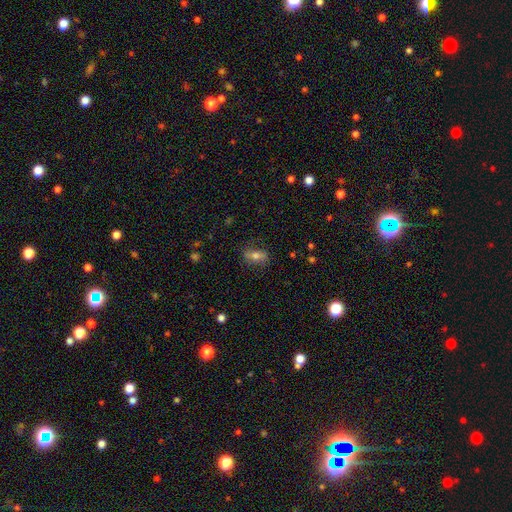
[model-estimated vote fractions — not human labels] This appears to be a smooth galaxy with no disk features (55%) that is in between round and cigar-shaped (72%). Merging: none (79%).